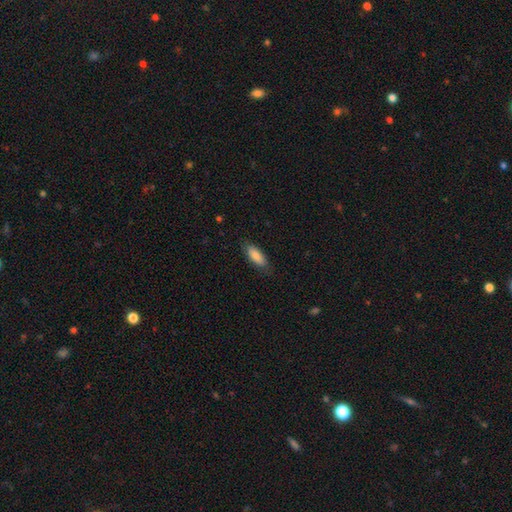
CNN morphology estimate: Q: Smooth or featured?
A: smooth (85%); runner-up: featured or disk (10%)
Q: How rounded?
A: in between (71%); runner-up: cigar-shaped (27%)
Q: Merging?
A: none (80%); runner-up: minor disturbance (15%)